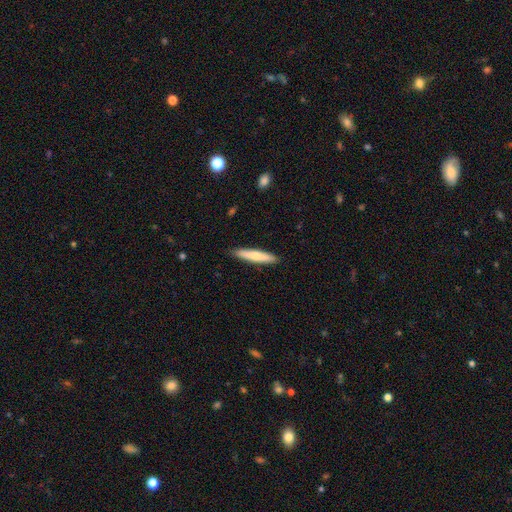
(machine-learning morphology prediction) This appears to be a smooth galaxy with no disk features (69%) that is cigar-shaped (88%). Merging: none (90%).